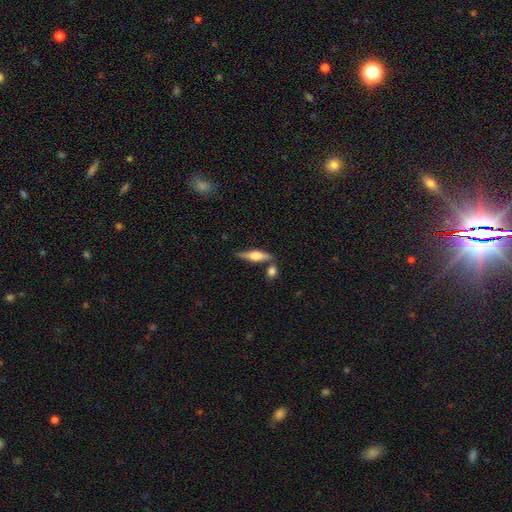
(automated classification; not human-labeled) This is likely a featured or disk galaxy (62%). It is clearly viewed edge-on (96%). Edge-on bulge: clearly rounded (90%). Merging: likely none (72%).